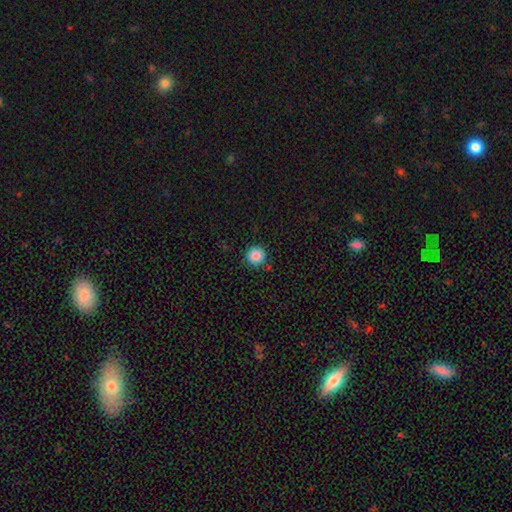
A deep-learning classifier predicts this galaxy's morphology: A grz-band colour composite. It shows a smooth galaxy with no disk features (87%) that is round (95%). Merging: none (88%).